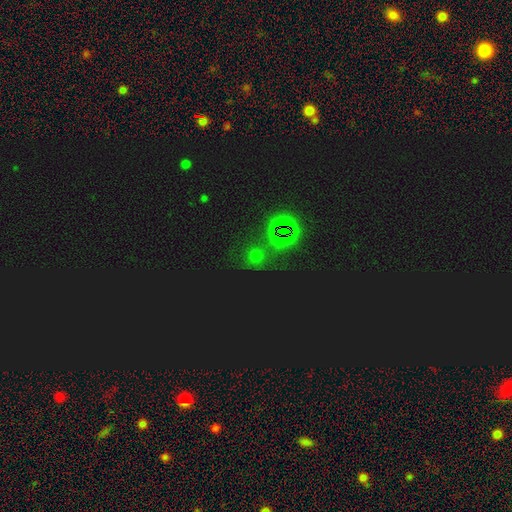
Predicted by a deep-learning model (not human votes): Q: Smooth or featured?
A: star or artifact (60%); runner-up: smooth (31%)